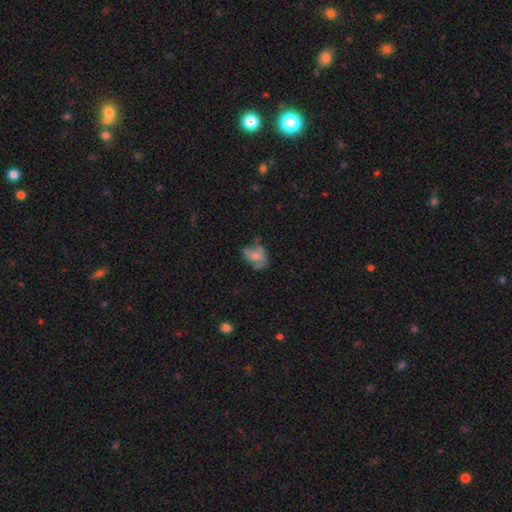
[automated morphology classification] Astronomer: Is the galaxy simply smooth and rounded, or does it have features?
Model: smooth — 53% (runner-up: featured or disk, 34%).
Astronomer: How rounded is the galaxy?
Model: in between — 76%.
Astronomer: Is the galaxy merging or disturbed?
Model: none — 33% (runner-up: major disturbance, 31%).